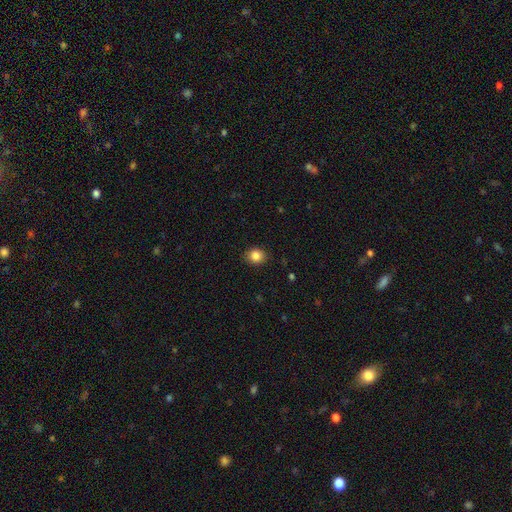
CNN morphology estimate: Smooth or featured: smooth — 85% (star or artifact — 10%)
How rounded: round — 65% (in between — 34%)
Merging: none — 87% (minor disturbance — 10%)